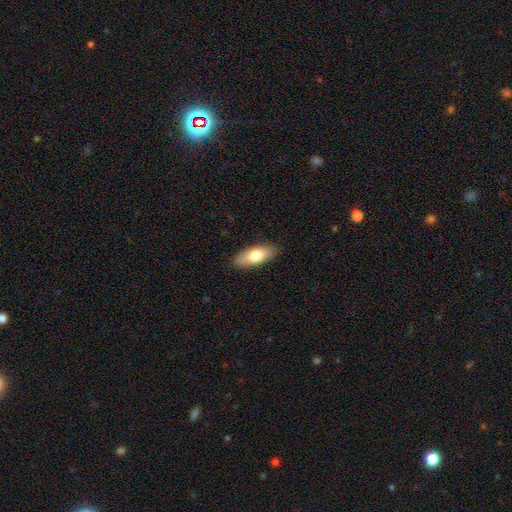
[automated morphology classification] Smooth or featured? smooth (75%)
How rounded? in between (78%)
Merging? none (88%)